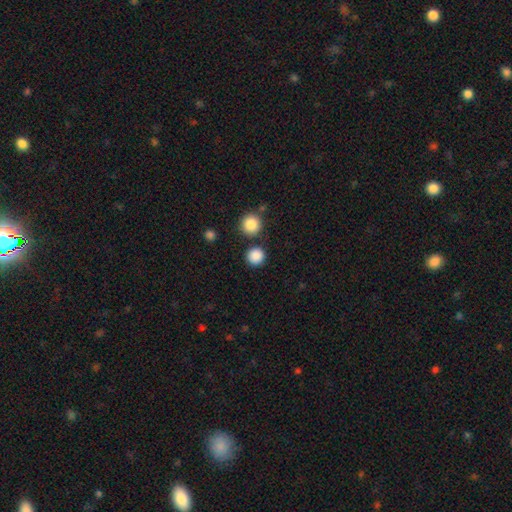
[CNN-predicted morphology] Q: Smooth or featured?
A: smooth (87%); runner-up: star or artifact (10%)
Q: How rounded?
A: round (94%); runner-up: in between (5%)
Q: Merging?
A: none (84%); runner-up: minor disturbance (7%)